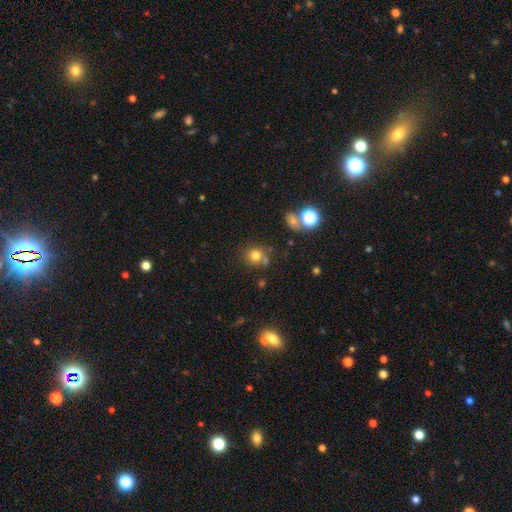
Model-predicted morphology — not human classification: Smooth or featured?
  - smooth: 76% *
  - star or artifact: 16%
  - featured or disk: 8%
How rounded?
  - round: 86% *
  - in between: 13%
  - cigar-shaped: 1%
Merging?
  - none: 65% *
  - merger: 15%
  - minor disturbance: 14%
  - major disturbance: 6%